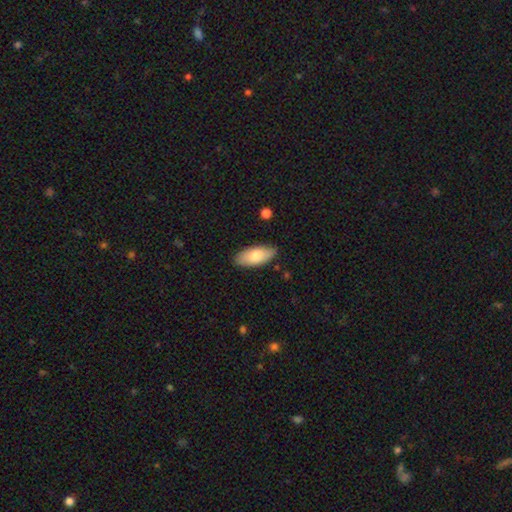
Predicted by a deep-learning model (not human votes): The model was most divided on "smooth or featured": smooth: 77%, featured or disk: 17%, star or artifact: 6%. More confident: how rounded — in between (88%); merging — none (84%).